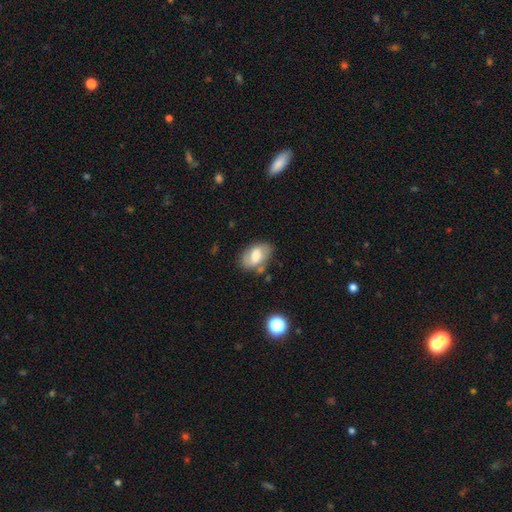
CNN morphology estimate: smooth-or-featured: smooth: 56% | featured or disk: 36% | star or artifact: 8%
  how-rounded: in between: 90% | round: 8% | cigar-shaped: 2%
  merging: none: 64% | minor disturbance: 23% | major disturbance: 7% | merger: 5%